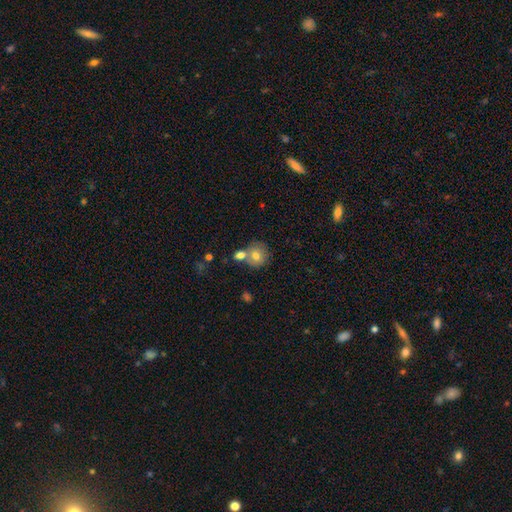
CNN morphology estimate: A smooth galaxy with no disk features (75%) that is round (84%).

Vote fractions:
- Smooth or featured? smooth: 75% / featured or disk: 16% / star or artifact: 9%
- How rounded? round: 84% / in between: 15% / cigar-shaped: 1%
- Merging? none: 48% / merger: 39% / minor disturbance: 10% / major disturbance: 3%